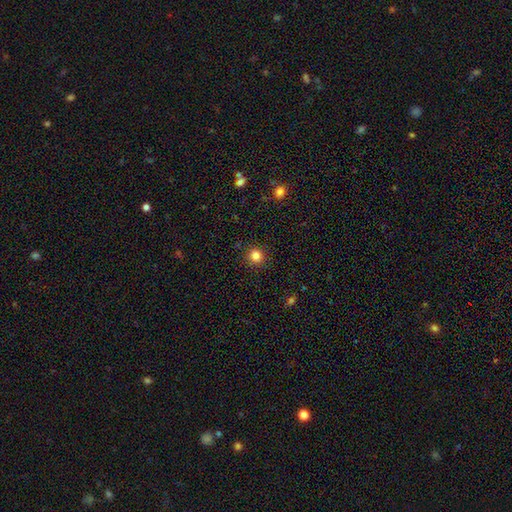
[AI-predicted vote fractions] smooth_or_featured: smooth (p=0.82) [alt: star or artifact p=0.13]
how_rounded: round (p=0.90) [alt: in between p=0.09]
merging: none (p=0.91) [alt: minor disturbance p=0.06]